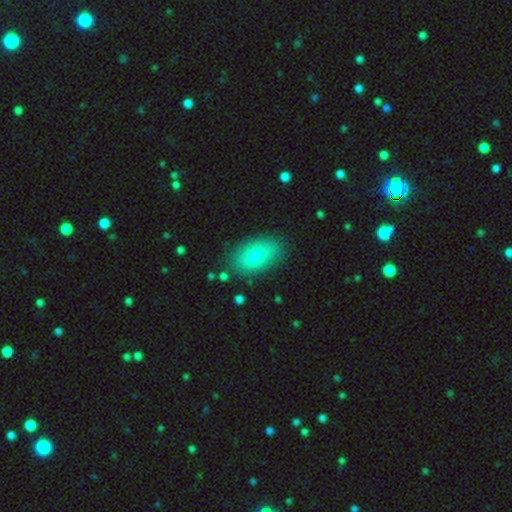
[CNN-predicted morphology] type=smooth (73%); roundness=in between (91%); merging=none (84%).